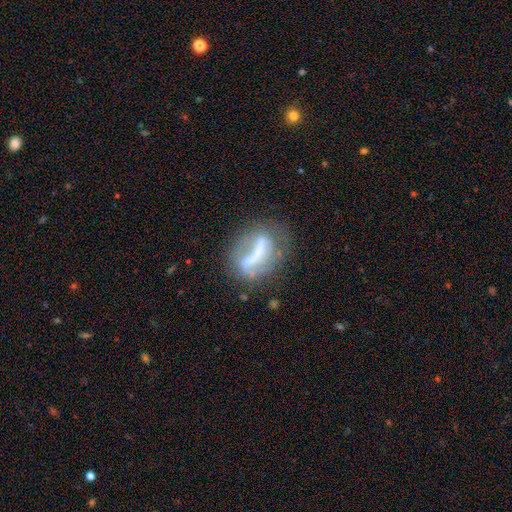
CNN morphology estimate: Smooth or featured? featured or disk (65%)
Edge-on disk? no (90%)
Bar? strong (66%)
Spiral arms? no (54%)
Bulge size? none (43%)
Merging? none (54%)